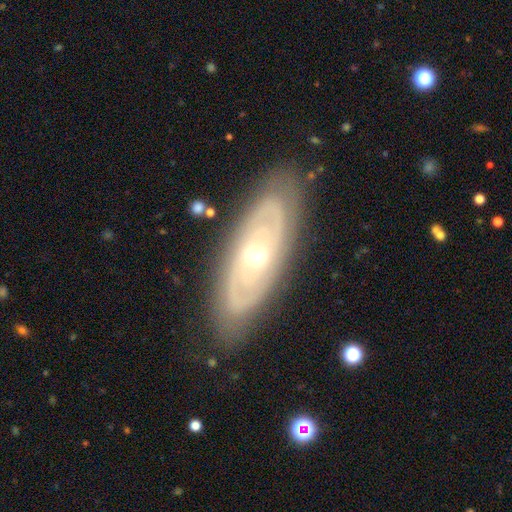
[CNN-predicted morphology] A featured or disk galaxy (79%) with no bar (79%), spiral arms (69%) and a moderate central bulge (69%).

Vote fractions:
- Smooth or featured? featured or disk: 79% / smooth: 16% / star or artifact: 5%
- Edge-on disk? no: 87% / yes: 13%
- Bar? no: 79% / weak: 16% / strong: 5%
- Spiral arms? yes: 69% / no: 31%
- Bulge size? moderate: 69% / small: 24% / large: 5% / dominant: 1% / none: 1%
- Merging? none: 84% / minor disturbance: 11% / major disturbance: 3% / merger: 1%